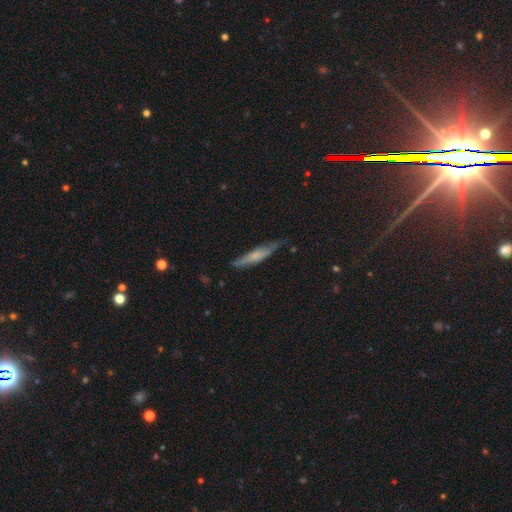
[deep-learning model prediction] Overall: smooth (50%; featured or disk 43%). How rounded: cigar-shaped (86%). Merging: none (73%).